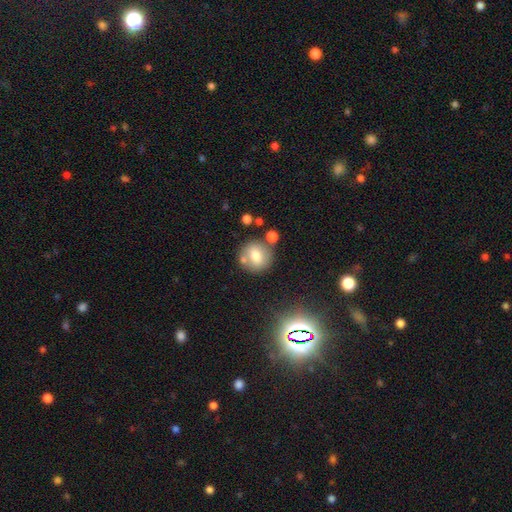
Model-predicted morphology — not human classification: This is likely a smooth galaxy (69%). How rounded: clearly round (87%). Merging: likely none (70%).